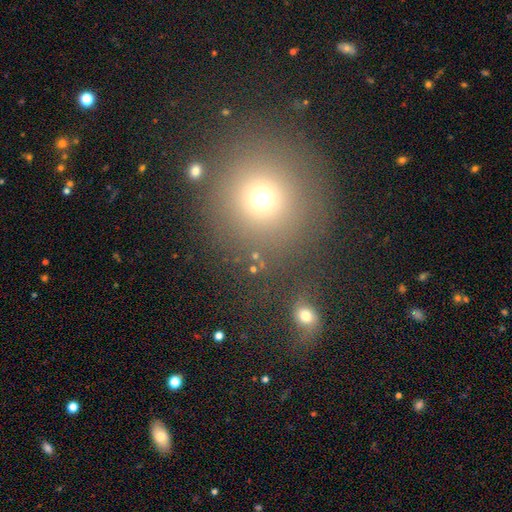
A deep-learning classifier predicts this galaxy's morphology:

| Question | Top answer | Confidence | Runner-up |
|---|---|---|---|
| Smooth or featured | smooth | 65% | star or artifact (23%) |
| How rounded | round | 86% | in between (12%) |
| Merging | none | 70% | merger (12%) |